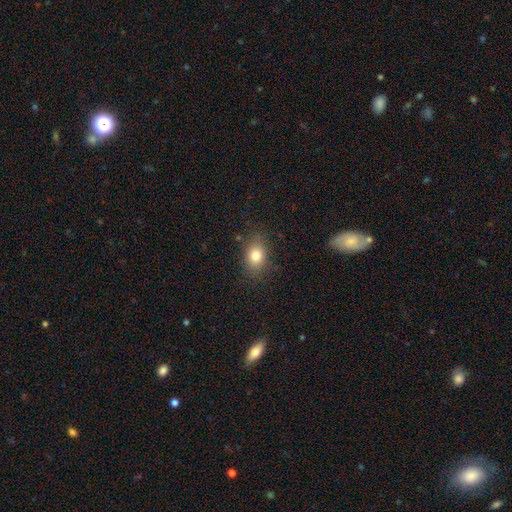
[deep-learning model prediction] Smooth or featured?
  - smooth: 80% *
  - star or artifact: 11%
  - featured or disk: 9%
How rounded?
  - in between: 66% *
  - round: 32%
  - cigar-shaped: 2%
Merging?
  - none: 81% *
  - minor disturbance: 14%
  - major disturbance: 4%
  - merger: 1%